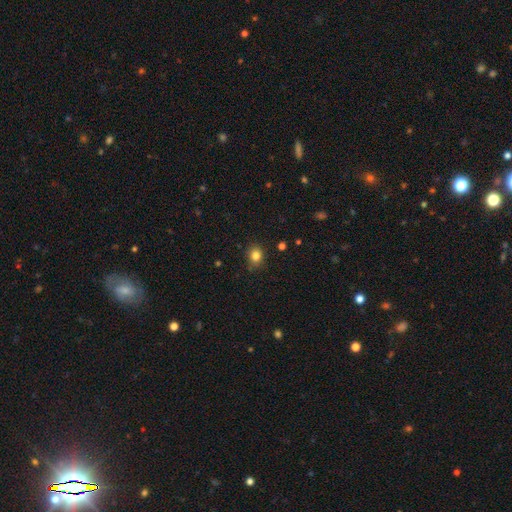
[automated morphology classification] This appears to be a smooth galaxy with no disk features (82%) that is round (59%). Merging: none (84%).